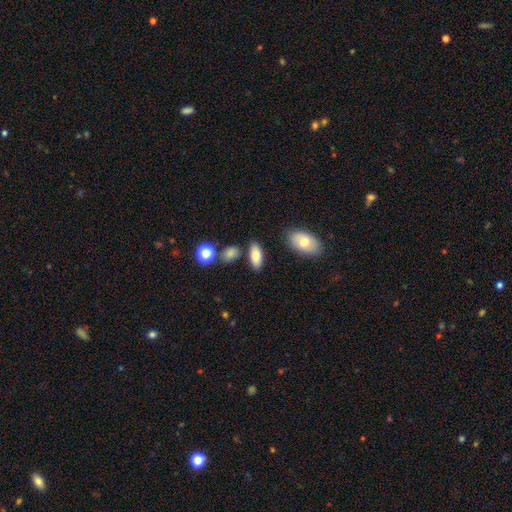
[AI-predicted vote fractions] A smooth galaxy with no disk features (81%) that is in between round and cigar-shaped (86%).

Vote fractions:
- Smooth or featured? smooth: 81% / featured or disk: 12% / star or artifact: 8%
- How rounded? in between: 86% / cigar-shaped: 11% / round: 3%
- Merging? none: 81% / minor disturbance: 11% / merger: 5% / major disturbance: 3%